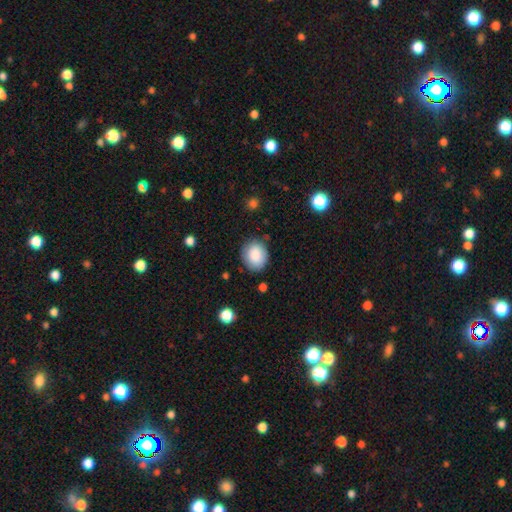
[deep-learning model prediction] Smooth or featured?
  - smooth: 86% *
  - star or artifact: 8%
  - featured or disk: 7%
How rounded?
  - round: 63% *
  - in between: 36%
  - cigar-shaped: 1%
Merging?
  - none: 81% *
  - minor disturbance: 14%
  - major disturbance: 3%
  - merger: 2%